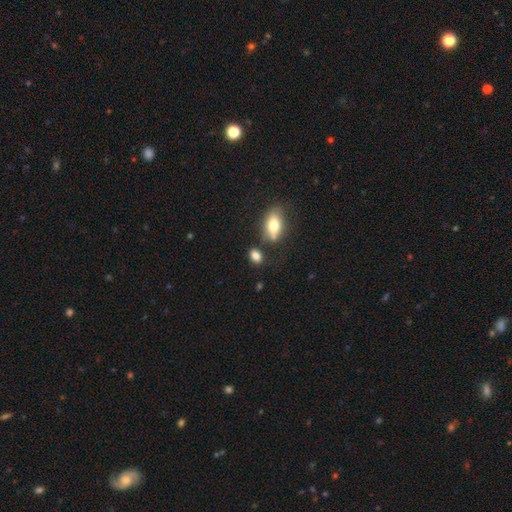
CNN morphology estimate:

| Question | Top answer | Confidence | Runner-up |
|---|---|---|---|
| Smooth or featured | smooth | 83% | star or artifact (10%) |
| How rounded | in between | 77% | round (19%) |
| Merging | none | 65% | minor disturbance (17%) |